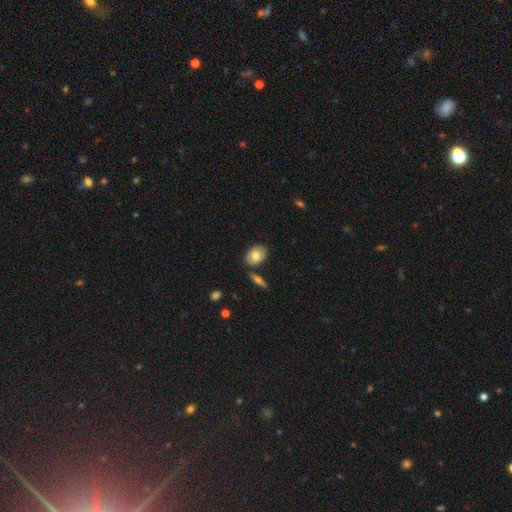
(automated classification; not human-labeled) This appears to be a smooth galaxy with no disk features (70%) that is in between round and cigar-shaped (77%). Merging: none (78%).